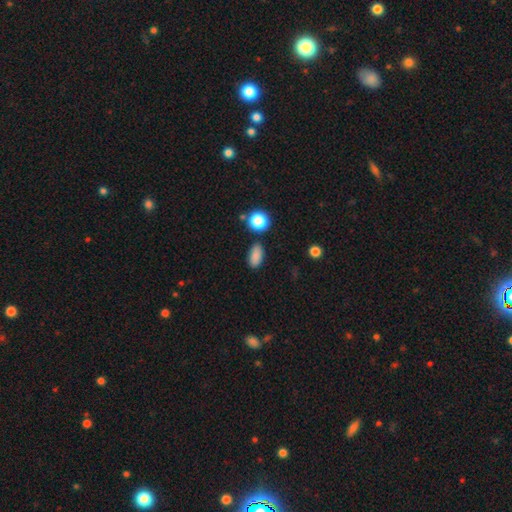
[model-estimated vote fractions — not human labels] This is clearly a smooth galaxy (86%). How rounded: clearly in between (87%). Merging: clearly none (84%).